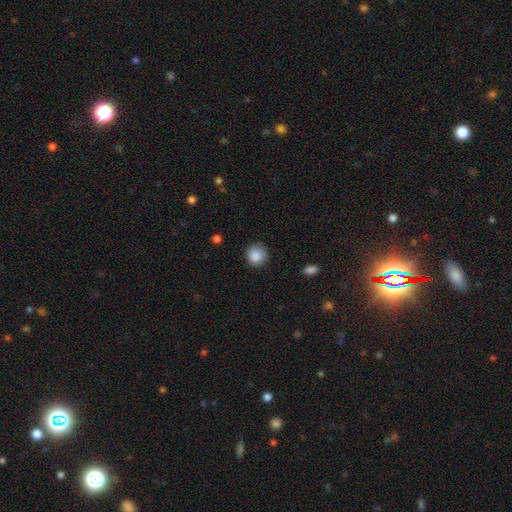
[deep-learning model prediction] smooth 88%, star or artifact 9%, featured or disk 3%. Down the decision tree: how rounded — round (92%); merging — none (88%).